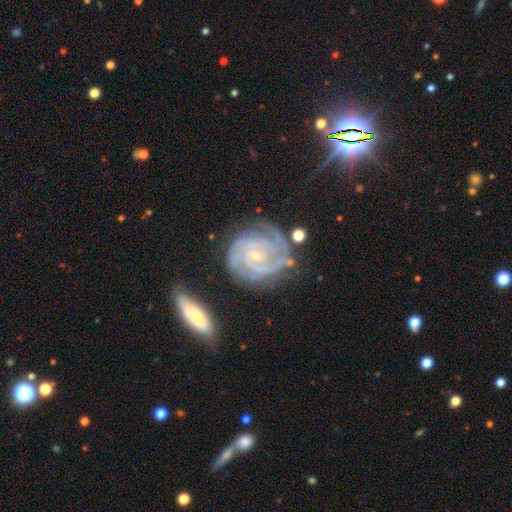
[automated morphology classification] Overall: featured or disk (89%). Edge-on disk: no (97%). Bar: no (71%). Spiral arms: yes (98%). Spiral arm count: 3 (34%; 2 21%). Spiral winding: tight (74%). Bulge size: small (82%). Merging: none (69%).